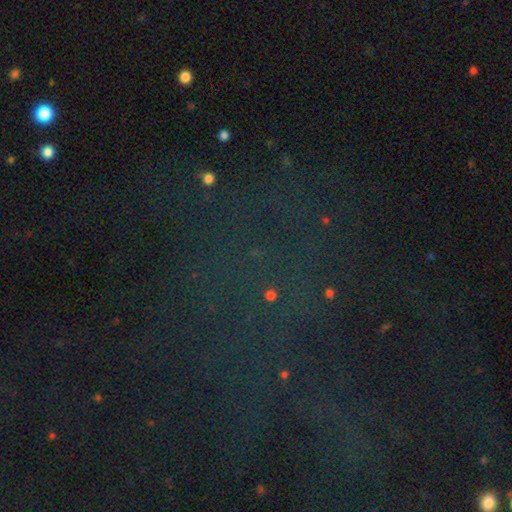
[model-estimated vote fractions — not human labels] smooth_or_featured: star or artifact (p=0.71) [alt: smooth p=0.16]